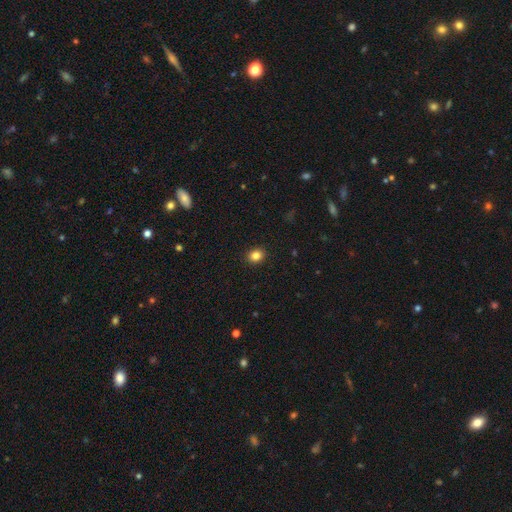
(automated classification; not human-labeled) smooth-or-featured: smooth: 84% | star or artifact: 11% | featured or disk: 5%
  how-rounded: round: 69% | in between: 30% | cigar-shaped: 1%
  merging: none: 91% | minor disturbance: 6% | major disturbance: 2% | merger: 1%